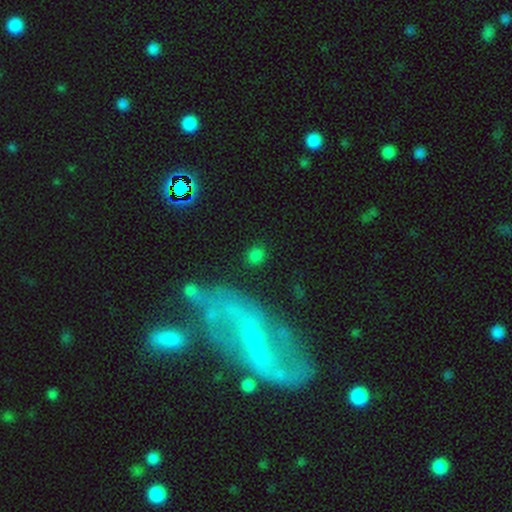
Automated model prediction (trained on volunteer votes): Overall: smooth (77%). How rounded: round (76%). Merging: none (82%).